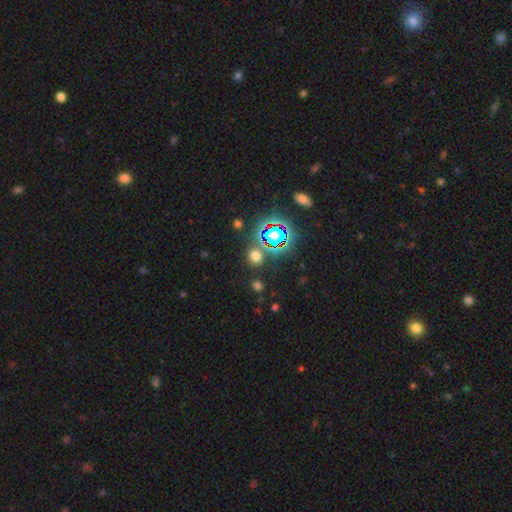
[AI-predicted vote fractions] Overall: smooth (59%; star or artifact 34%). How rounded: round (78%). Merging: none (81%).